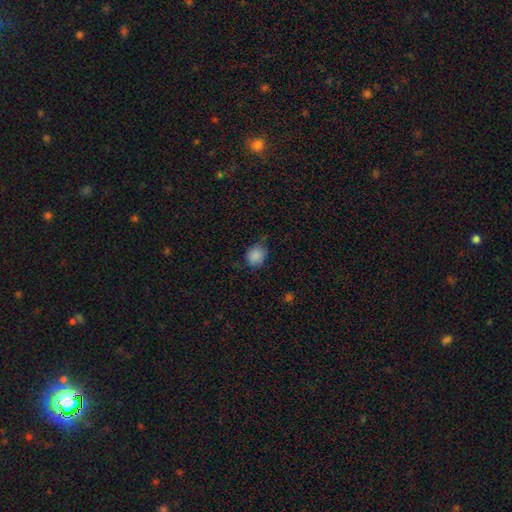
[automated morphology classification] smooth 86%, star or artifact 9%, featured or disk 4%. Down the decision tree: how rounded — round (76%); merging — none (72%).